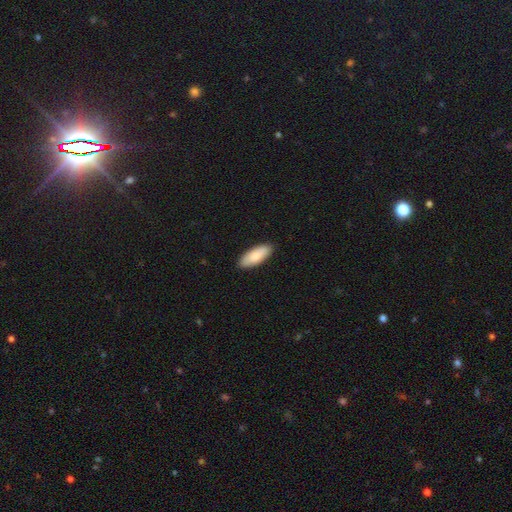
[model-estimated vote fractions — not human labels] This appears to be a smooth galaxy with no disk features (84%) that is in between round and cigar-shaped (78%). Merging: none (90%).